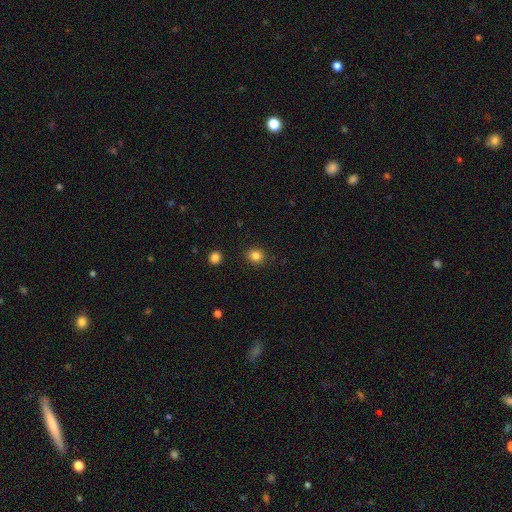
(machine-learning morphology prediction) type=smooth (83%); roundness=round (77%); merging=none (89%).